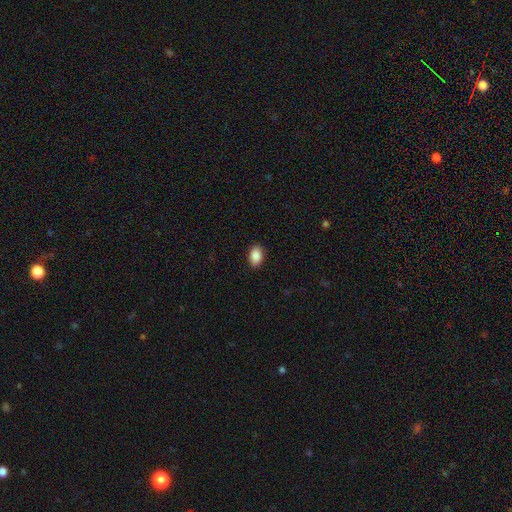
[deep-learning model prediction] Overall: smooth (90%). How rounded: in between (89%). Merging: none (89%).